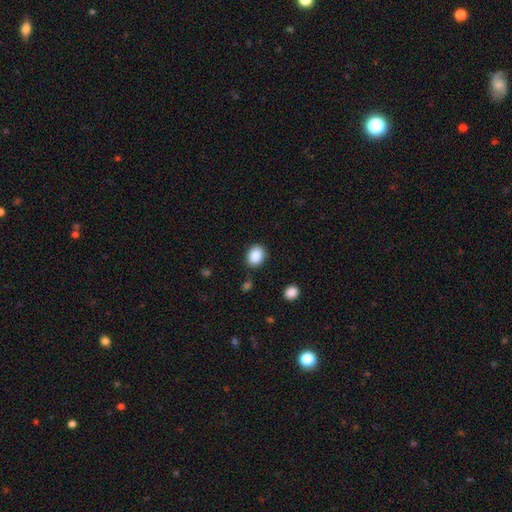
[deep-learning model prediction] smooth 87%, star or artifact 8%, featured or disk 5%. Down the decision tree: how rounded — in between (59%); merging — none (85%).